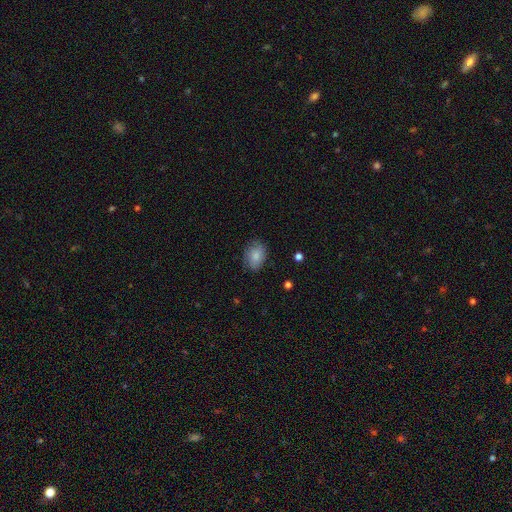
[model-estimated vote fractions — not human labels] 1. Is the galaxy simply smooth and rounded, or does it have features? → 82% smooth, 11% featured or disk, 7% star or artifact.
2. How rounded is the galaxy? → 76% in between, 23% round, 1% cigar-shaped.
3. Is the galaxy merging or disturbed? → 76% none, 18% minor disturbance, 4% major disturbance, 1% merger.